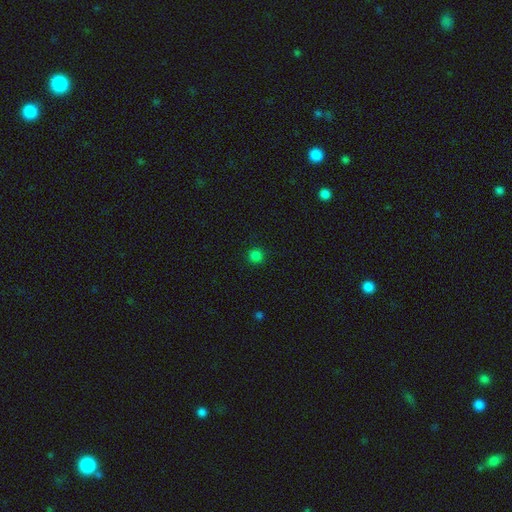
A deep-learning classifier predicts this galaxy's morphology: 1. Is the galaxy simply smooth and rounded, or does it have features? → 81% smooth, 16% star or artifact, 3% featured or disk.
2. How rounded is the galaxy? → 93% round, 6% in between, 1% cigar-shaped.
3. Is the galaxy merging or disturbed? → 92% none, 5% minor disturbance, 2% major disturbance, 1% merger.